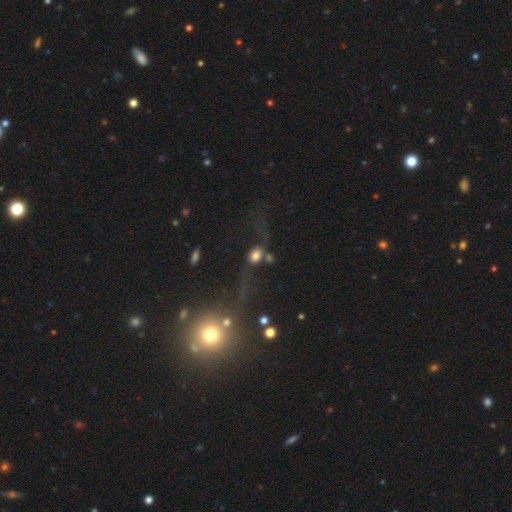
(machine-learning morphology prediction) This appears to be a smooth galaxy with no disk features (68%) that is in between round and cigar-shaped (61%). Merging: none (40%).